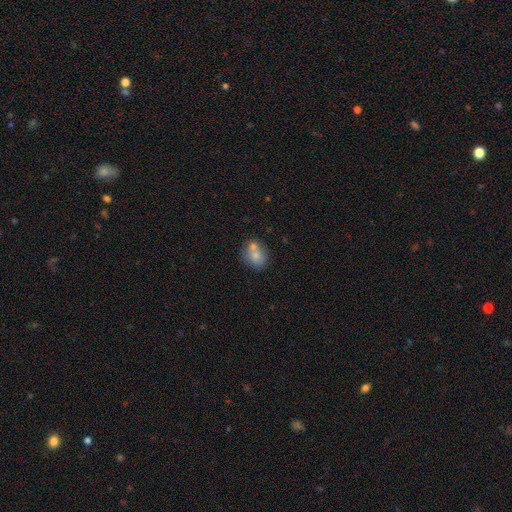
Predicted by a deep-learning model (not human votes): The model was most divided on "merging": none: 46%, merger: 38%, minor disturbance: 12%, major disturbance: 4%. More confident: smooth or featured — smooth (73%); how rounded — round (54%).